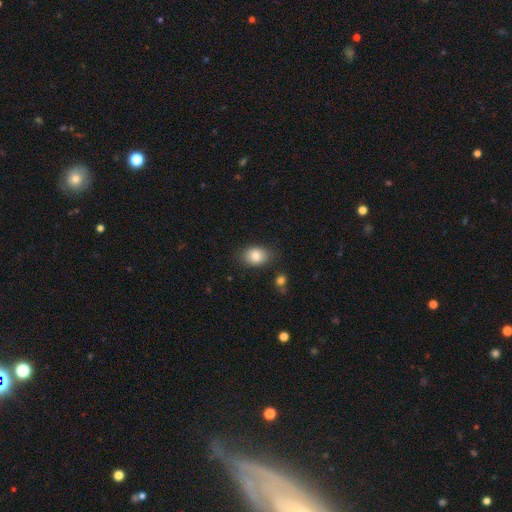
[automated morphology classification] smooth_or_featured: smooth (p=0.84) [alt: star or artifact p=0.08]
how_rounded: in between (p=0.69) [alt: round p=0.29]
merging: none (p=0.80) [alt: minor disturbance p=0.13]